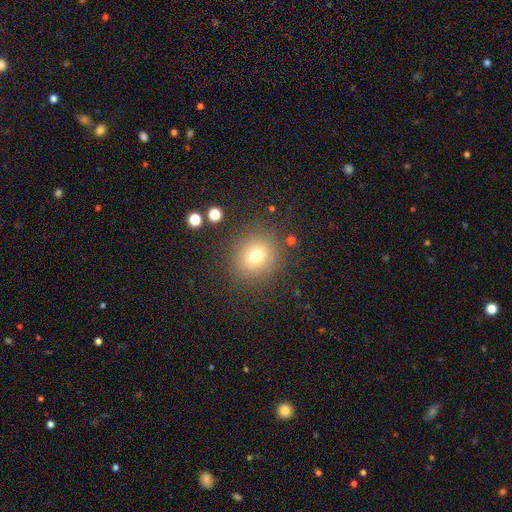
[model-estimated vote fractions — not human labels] This appears to be a smooth galaxy with no disk features (73%) that is round (85%). Merging: none (86%).